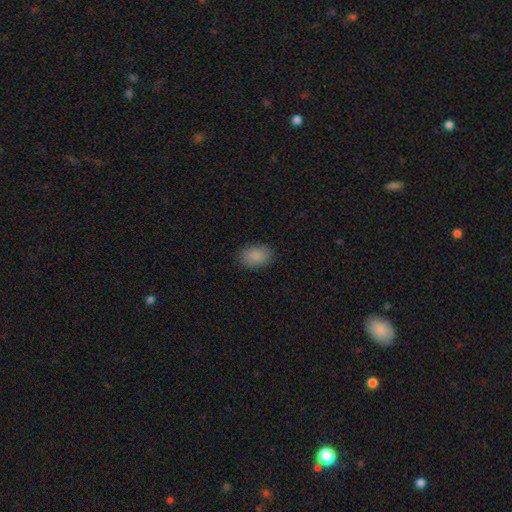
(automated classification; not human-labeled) Morphology: type=smooth (87%); roundness=in between (84%); merging=none (86%).